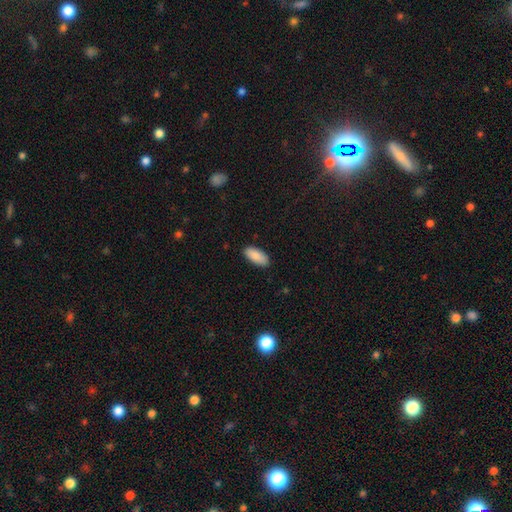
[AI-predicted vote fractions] Smooth or featured? Predicted: smooth (p=0.88). How rounded? Predicted: in between (p=0.89). Merging? Predicted: none (p=0.88).